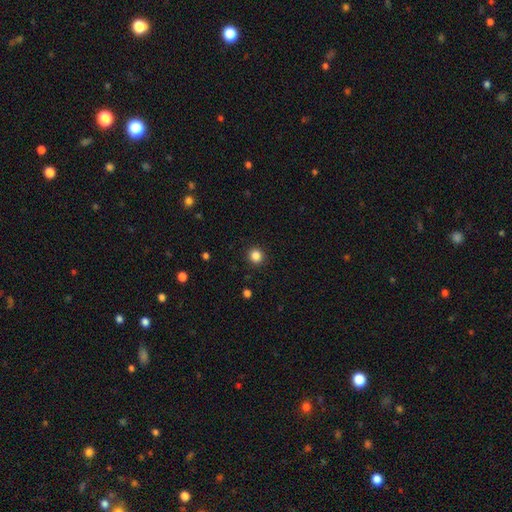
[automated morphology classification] smooth-or-featured: smooth: 85% | star or artifact: 11% | featured or disk: 4%
  how-rounded: round: 90% | in between: 9% | cigar-shaped: 1%
  merging: none: 92% | minor disturbance: 5% | major disturbance: 2% | merger: 1%